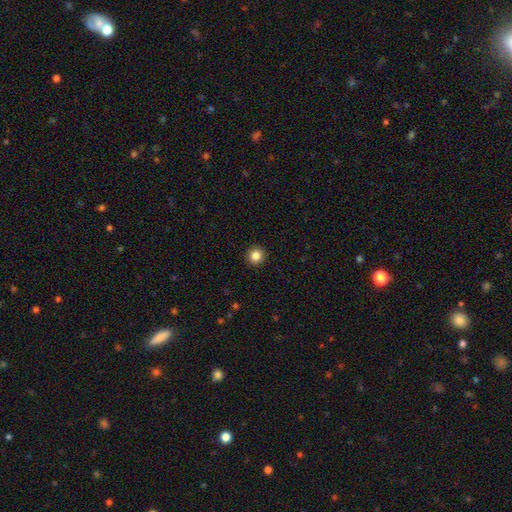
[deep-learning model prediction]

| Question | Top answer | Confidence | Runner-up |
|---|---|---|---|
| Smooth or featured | smooth | 85% | star or artifact (11%) |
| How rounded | round | 95% | in between (4%) |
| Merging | none | 93% | minor disturbance (4%) |